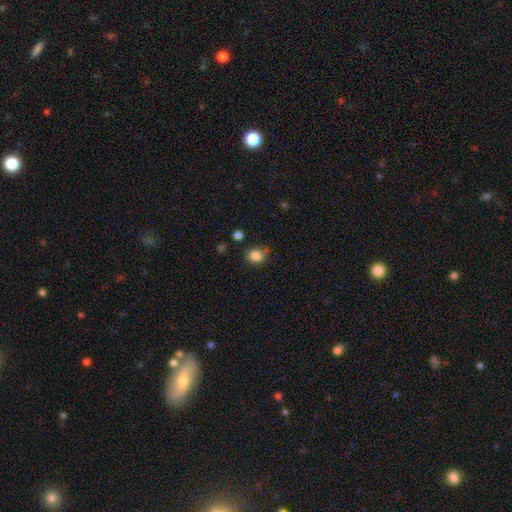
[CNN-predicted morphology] Smooth or featured?
  - smooth: 85% *
  - star or artifact: 11%
  - featured or disk: 5%
How rounded?
  - round: 72% *
  - in between: 27%
  - cigar-shaped: 1%
Merging?
  - none: 71% *
  - minor disturbance: 21%
  - major disturbance: 5%
  - merger: 3%